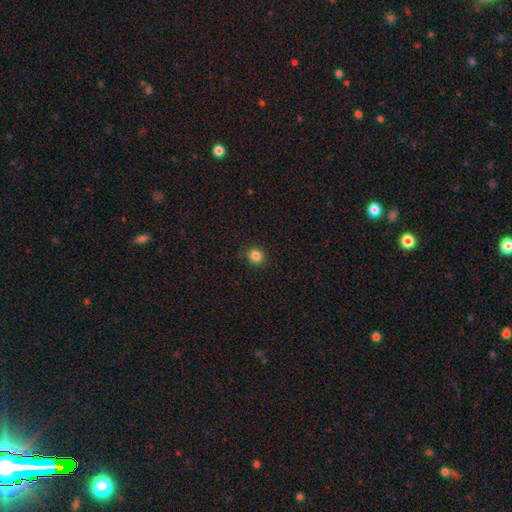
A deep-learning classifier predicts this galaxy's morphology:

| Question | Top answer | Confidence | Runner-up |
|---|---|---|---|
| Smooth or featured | smooth | 84% | star or artifact (12%) |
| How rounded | round | 89% | in between (10%) |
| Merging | none | 89% | minor disturbance (8%) |